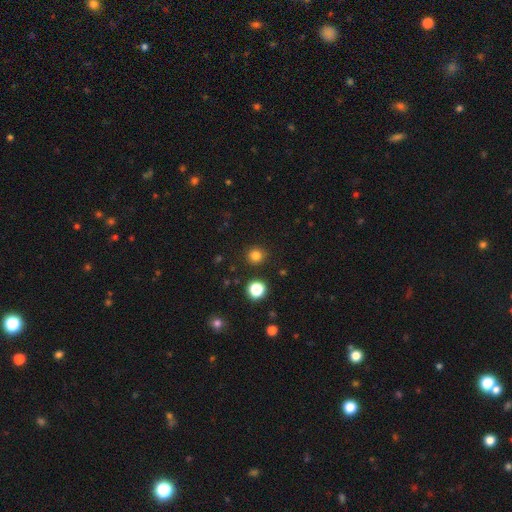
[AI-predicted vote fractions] smooth_or_featured: smooth (p=0.81) [alt: star or artifact p=0.15]
how_rounded: round (p=0.92) [alt: in between p=0.07]
merging: none (p=0.90) [alt: minor disturbance p=0.06]